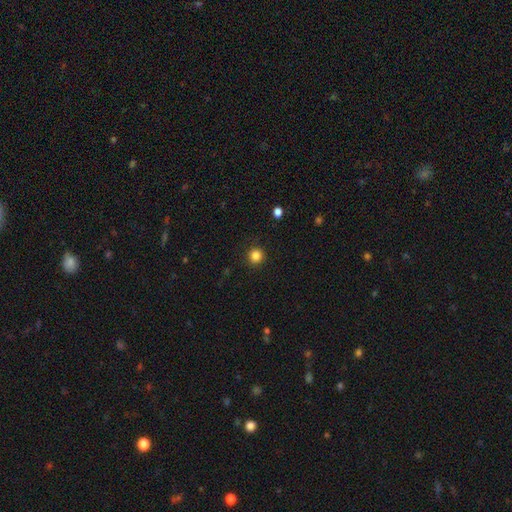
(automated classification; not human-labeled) The model was most divided on "smooth or featured": smooth: 84%, star or artifact: 12%, featured or disk: 4%. More confident: how rounded — round (95%); merging — none (91%).